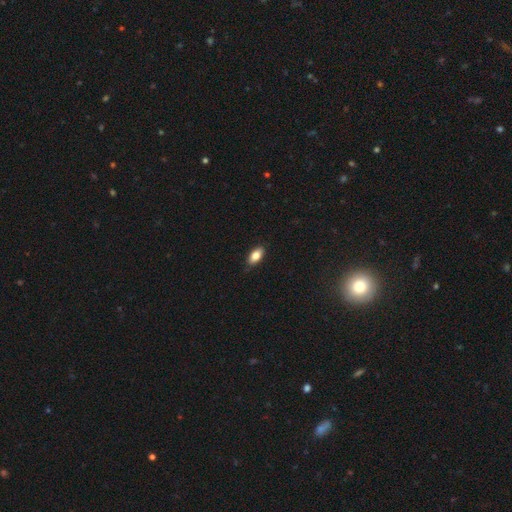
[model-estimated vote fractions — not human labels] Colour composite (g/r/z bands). It shows a smooth galaxy with no disk features (82%) that is in between round and cigar-shaped (90%). Merging: none (86%).